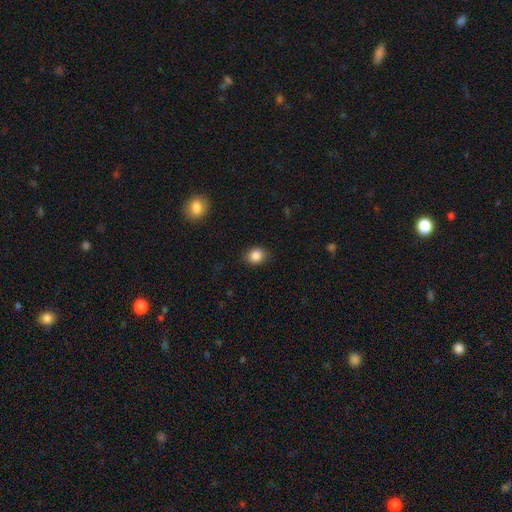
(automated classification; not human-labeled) smooth_or_featured: smooth (p=0.85) [alt: star or artifact p=0.10]
how_rounded: round (p=0.62) [alt: in between p=0.37]
merging: none (p=0.83) [alt: minor disturbance p=0.13]